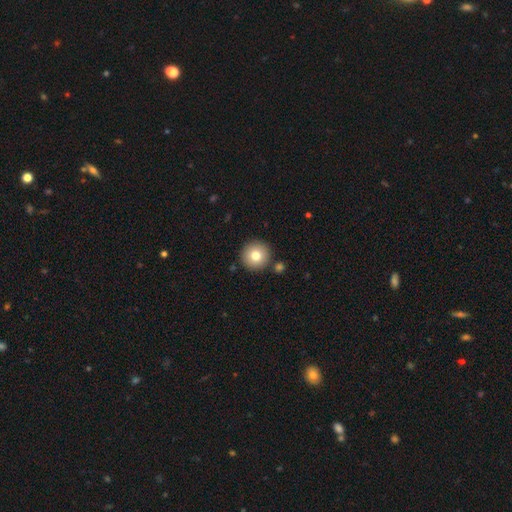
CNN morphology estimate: Smooth or featured: smooth — 78% (featured or disk — 12%)
How rounded: round — 96% (in between — 4%)
Merging: none — 86% (minor disturbance — 7%)